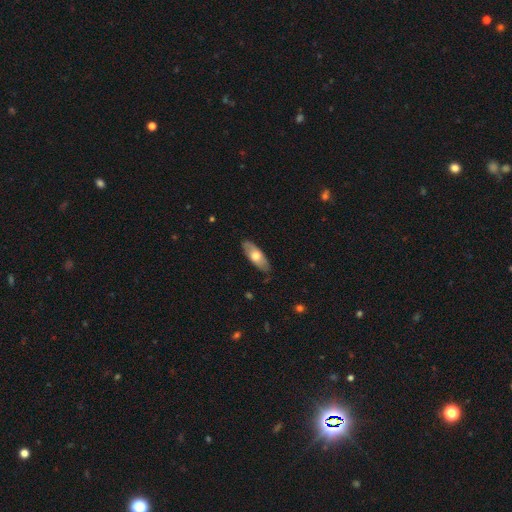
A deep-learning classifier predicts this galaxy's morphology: Q: Smooth or featured?
A: smooth (62%); runner-up: featured or disk (33%)
Q: How rounded?
A: in between (75%); runner-up: cigar-shaped (22%)
Q: Merging?
A: none (83%); runner-up: minor disturbance (13%)